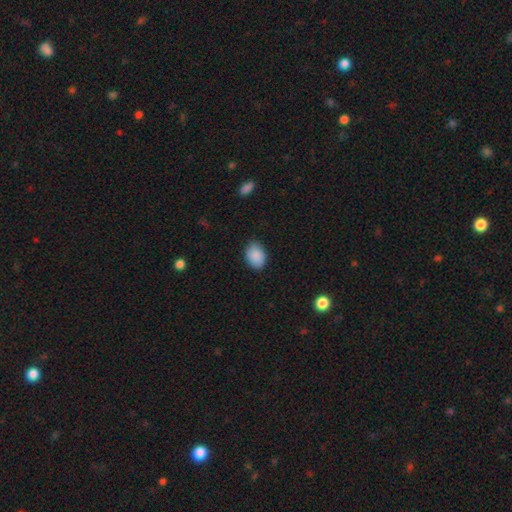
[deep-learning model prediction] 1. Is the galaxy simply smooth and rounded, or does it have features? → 89% smooth, 7% star or artifact, 4% featured or disk.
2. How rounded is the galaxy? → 78% in between, 21% round, 1% cigar-shaped.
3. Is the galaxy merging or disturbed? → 83% none, 13% minor disturbance, 3% major disturbance, 1% merger.